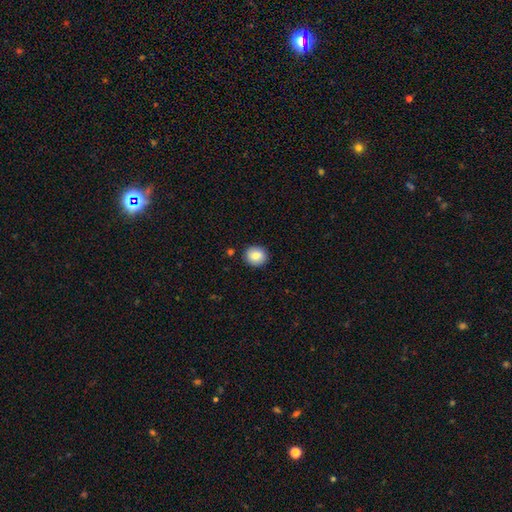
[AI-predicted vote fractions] The model was most divided on "how rounded": round: 85%, in between: 14%, cigar-shaped: 1%. More confident: merging — none (90%); smooth or featured — smooth (83%).